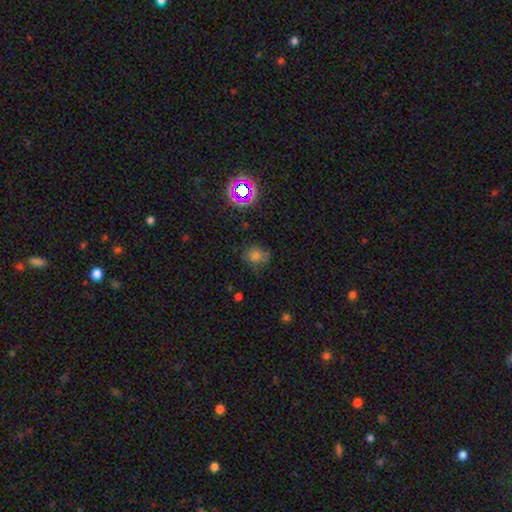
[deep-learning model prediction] smooth 70%, star or artifact 22%, featured or disk 9%. Down the decision tree: how rounded — round (57%); merging — none (71%).